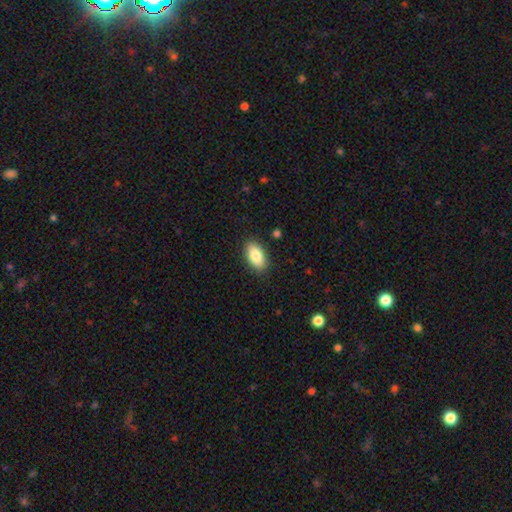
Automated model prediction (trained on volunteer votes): Smooth or featured? Predicted: smooth (p=0.84). How rounded? Predicted: in between (p=0.93). Merging? Predicted: none (p=0.87).